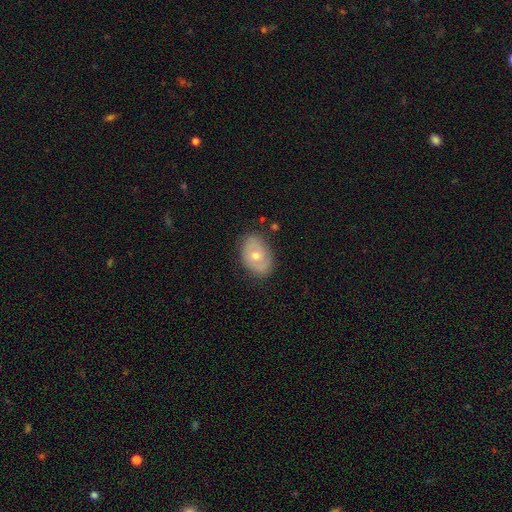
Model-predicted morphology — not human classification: This is possibly a smooth galaxy (48%). Merging: clearly none (81%).